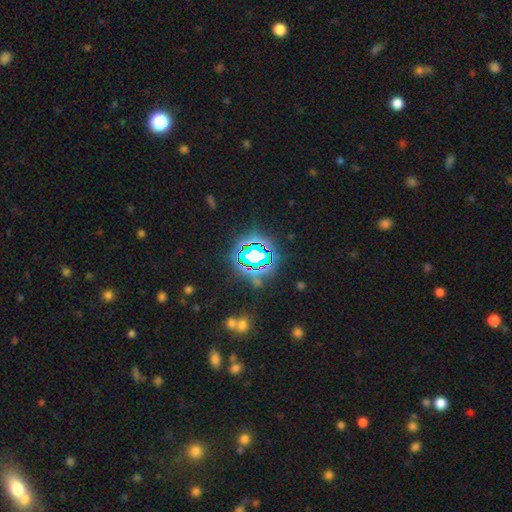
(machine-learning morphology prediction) This appears to be a star or artifact, not a galaxy (74%).